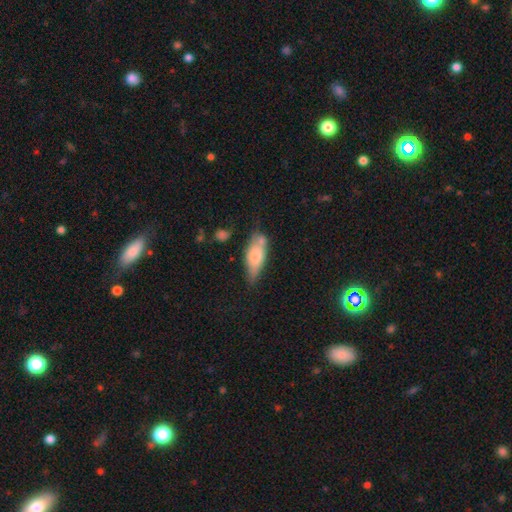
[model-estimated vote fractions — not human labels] smooth-or-featured: smooth: 65% | featured or disk: 28% | star or artifact: 7%
  how-rounded: in between: 71% | cigar-shaped: 26% | round: 3%
  merging: none: 46% | minor disturbance: 29% | merger: 16% | major disturbance: 9%